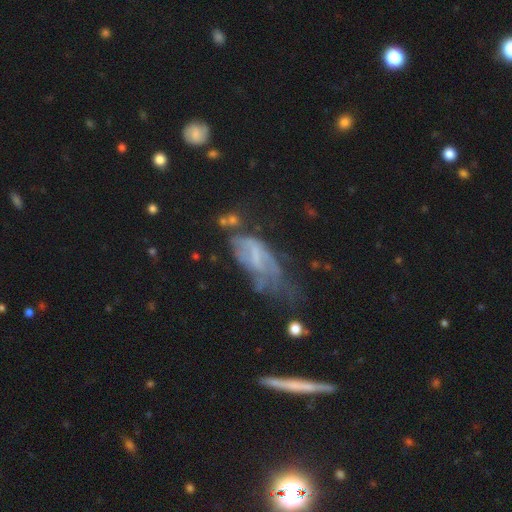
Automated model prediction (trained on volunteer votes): Smooth or featured: featured or disk — 54% (smooth — 32%)
Edge-on disk: no — 88% (yes — 12%)
Merging: major disturbance — 42% (minor disturbance — 26%)